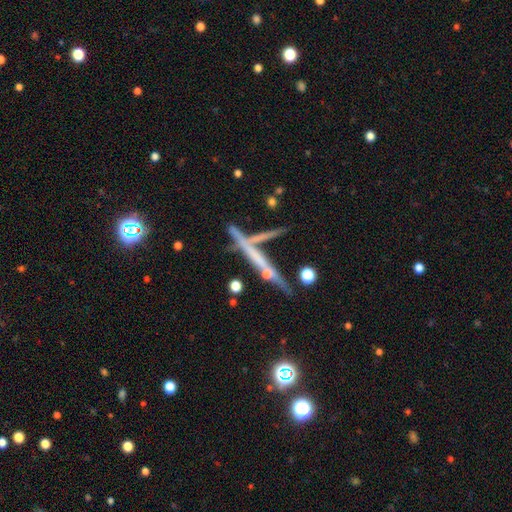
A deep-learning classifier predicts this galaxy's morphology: A featured or disk galaxy (63%) viewed edge-on (89%) with no central bulge (66%). Merging: none (52%).